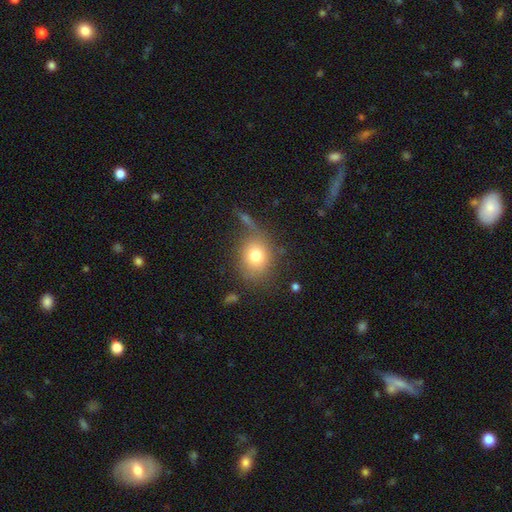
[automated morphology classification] Smooth or featured? Predicted: smooth (p=0.76). How rounded? Predicted: round (p=0.53). Merging? Predicted: none (p=0.66).